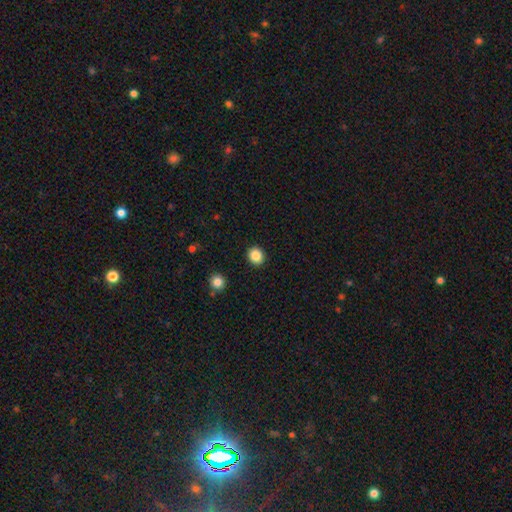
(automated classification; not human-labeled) Smooth or featured? Predicted: smooth (p=0.85). How rounded? Predicted: round (p=0.79). Merging? Predicted: none (p=0.92).